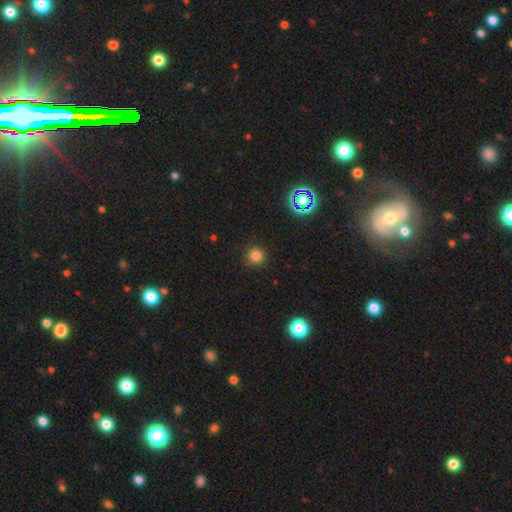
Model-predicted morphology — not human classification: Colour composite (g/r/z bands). It shows a smooth galaxy with no disk features (81%) that is round (94%). Merging: none (89%).